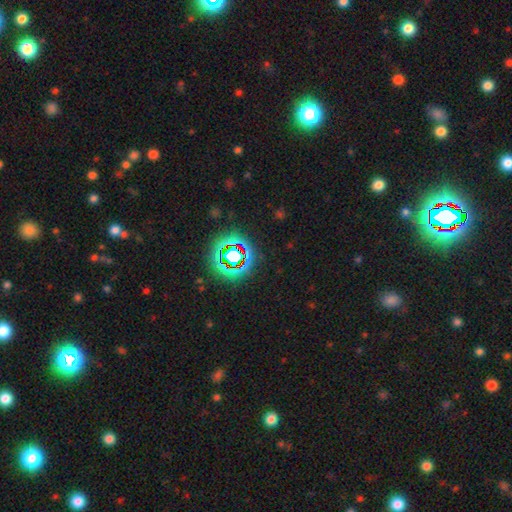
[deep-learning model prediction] This appears to be a star or artifact, not a galaxy (74%).